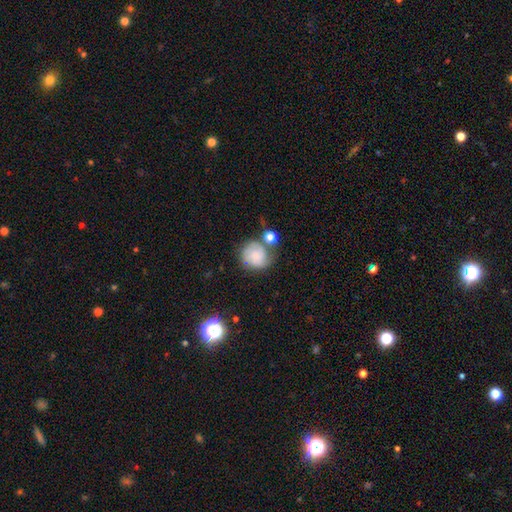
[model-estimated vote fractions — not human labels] Smooth or featured?
  - smooth: 56% *
  - featured or disk: 35%
  - star or artifact: 9%
How rounded?
  - round: 82% *
  - in between: 17%
  - cigar-shaped: 1%
Merging?
  - none: 49% *
  - merger: 22%
  - minor disturbance: 20%
  - major disturbance: 9%